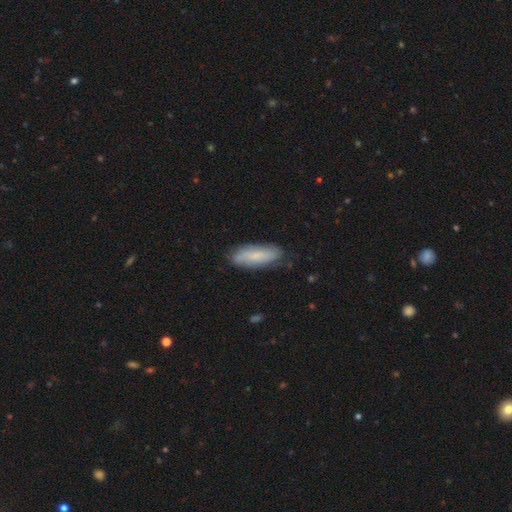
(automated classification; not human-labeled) Smooth or featured? Predicted: smooth (p=0.67). How rounded? Predicted: in between (p=0.56). Merging? Predicted: none (p=0.78).